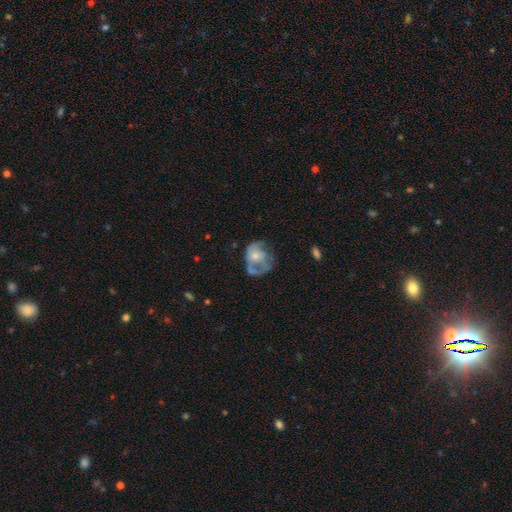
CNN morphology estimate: Q: Smooth or featured?
A: featured or disk (50%); runner-up: smooth (42%)
Q: Edge-on disk?
A: no (97%); runner-up: yes (3%)
Q: Merging?
A: major disturbance (41%); runner-up: none (28%)